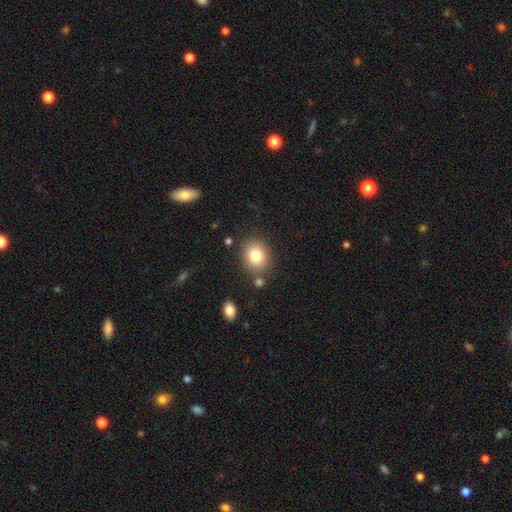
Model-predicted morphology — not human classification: This is clearly a smooth galaxy (81%). How rounded: likely round (62%). Merging: clearly none (82%).